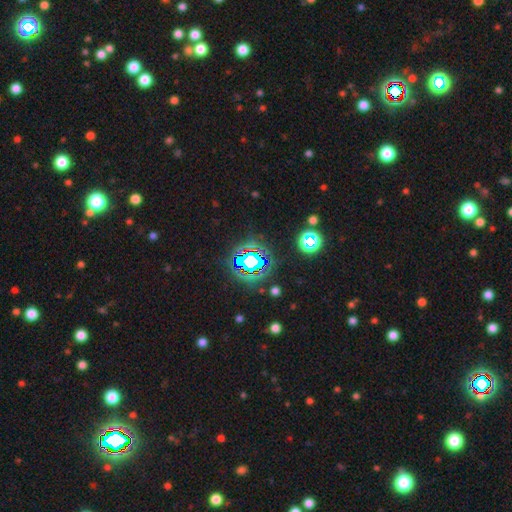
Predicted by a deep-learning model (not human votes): Smooth or featured? Predicted: star or artifact (p=0.70).